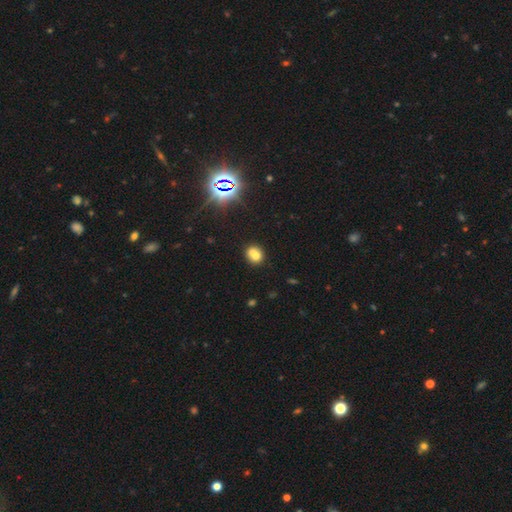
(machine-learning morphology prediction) smooth_or_featured: smooth (p=0.69) [alt: featured or disk p=0.17]
how_rounded: round (p=0.65) [alt: in between p=0.34]
merging: merger (p=0.47) [alt: none p=0.41]